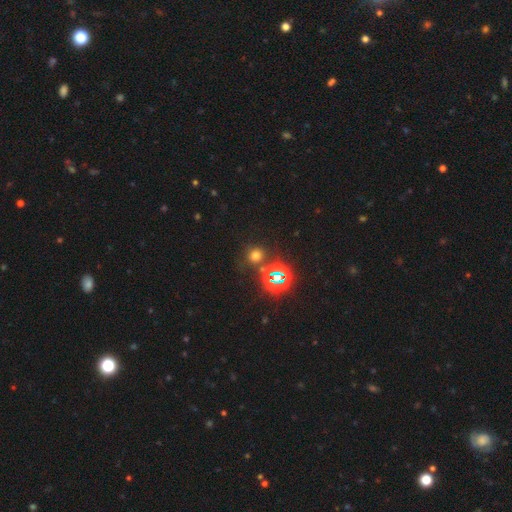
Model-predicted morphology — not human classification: type=smooth (58%); roundness=round (89%); merging=none (78%).